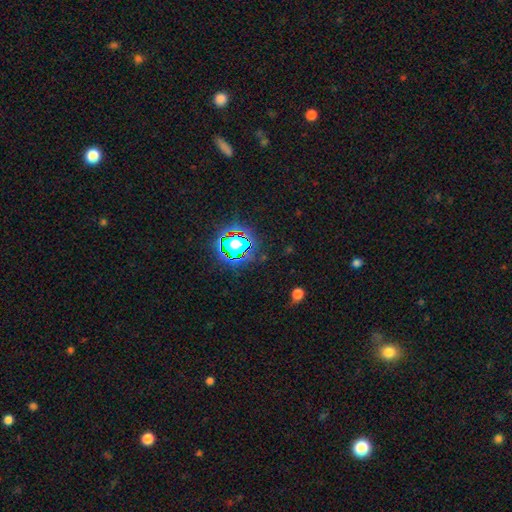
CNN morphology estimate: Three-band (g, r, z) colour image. It shows a star or artifact, not a galaxy (78%).